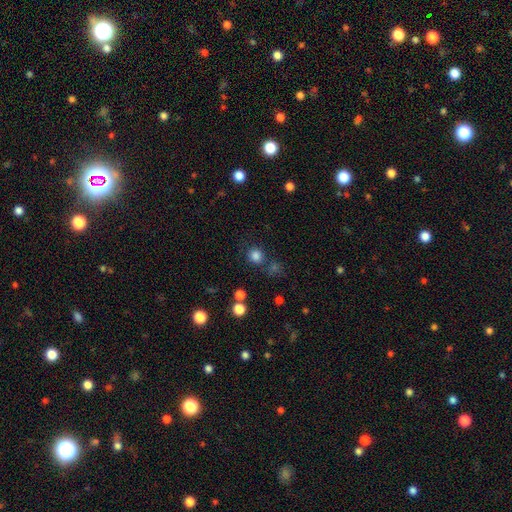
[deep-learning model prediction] Smooth or featured?
  - smooth: 80% *
  - star or artifact: 16%
  - featured or disk: 4%
How rounded?
  - round: 90% *
  - in between: 10%
  - cigar-shaped: 1%
Merging?
  - none: 77% *
  - minor disturbance: 9%
  - merger: 9%
  - major disturbance: 4%